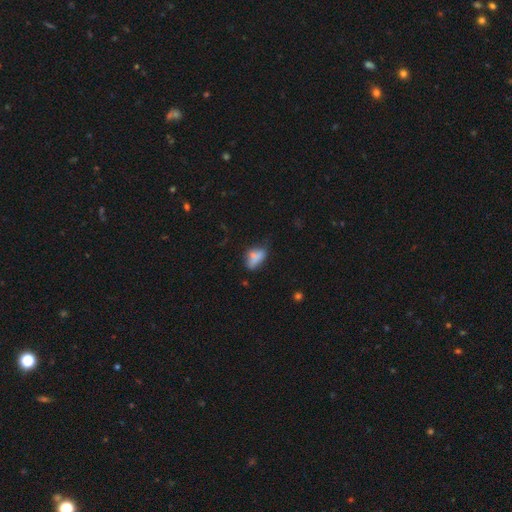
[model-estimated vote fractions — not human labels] Morphology: type=smooth (71%); roundness=in between (85%); merging=none (40%).